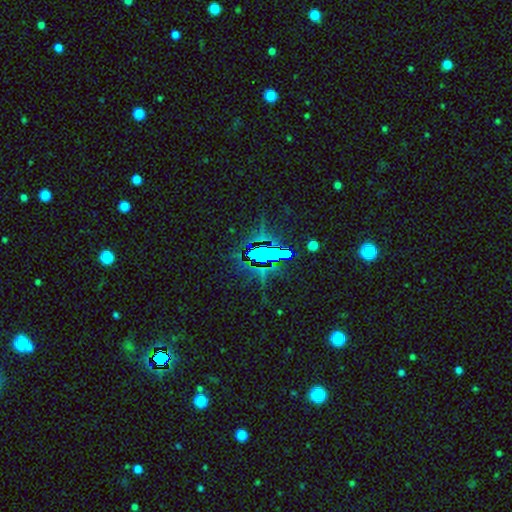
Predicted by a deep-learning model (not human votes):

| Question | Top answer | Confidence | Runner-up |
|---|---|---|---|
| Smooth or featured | star or artifact | 74% | smooth (14%) |